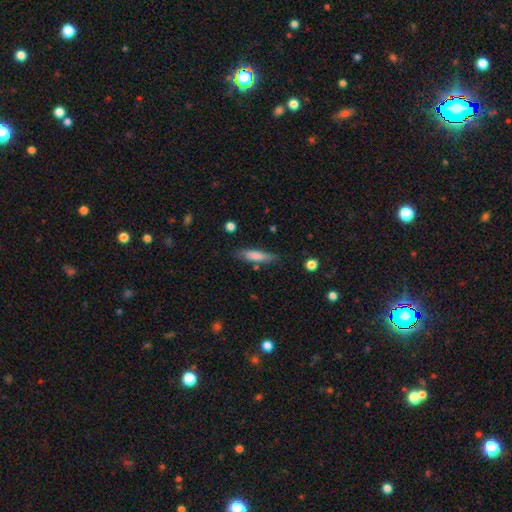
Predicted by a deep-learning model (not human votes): The model was most divided on "how rounded": cigar-shaped: 74%, in between: 25%, round: 1%. More confident: merging — none (78%); smooth or featured — smooth (77%).